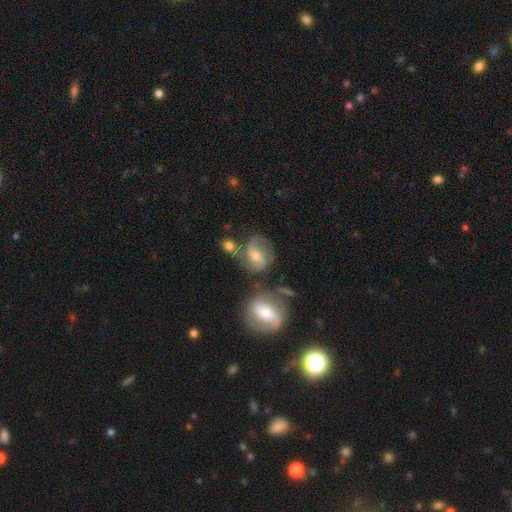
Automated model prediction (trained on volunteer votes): Overall: featured or disk (70%). Edge-on disk: no (97%). Bar: weak (43%; no 36%). Spiral arms: yes (90%). Spiral arm count: 2 (77%). Spiral winding: medium (51%; loose 25%). Bulge size: moderate (59%; small 35%). Merging: none (47%; merger 25%).